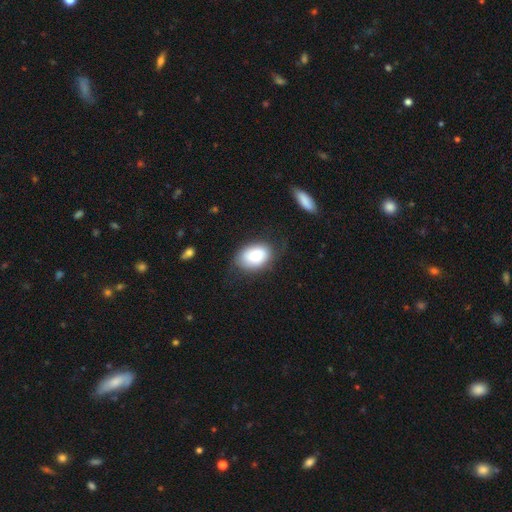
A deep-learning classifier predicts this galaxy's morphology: Smooth or featured? Predicted: smooth (p=0.76). How rounded? Predicted: in between (p=0.81). Merging? Predicted: none (p=0.72).